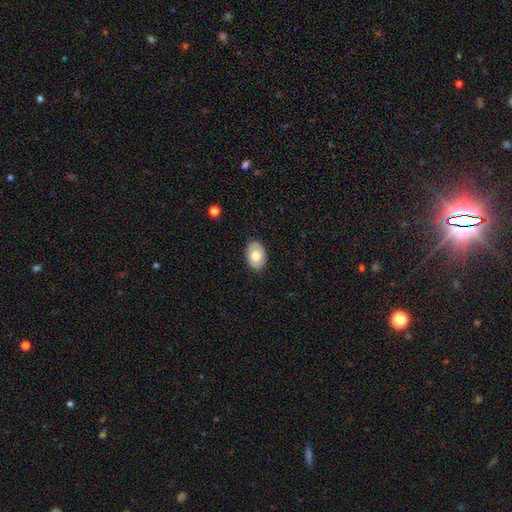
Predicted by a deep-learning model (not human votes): smooth 72%, featured or disk 21%, star or artifact 6%. Down the decision tree: how rounded — in between (86%); merging — none (86%).